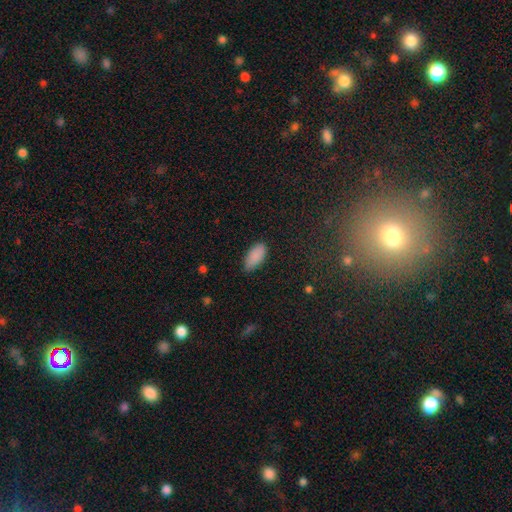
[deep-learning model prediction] Morphology: type=smooth (89%); roundness=in between (92%); merging=none (79%).